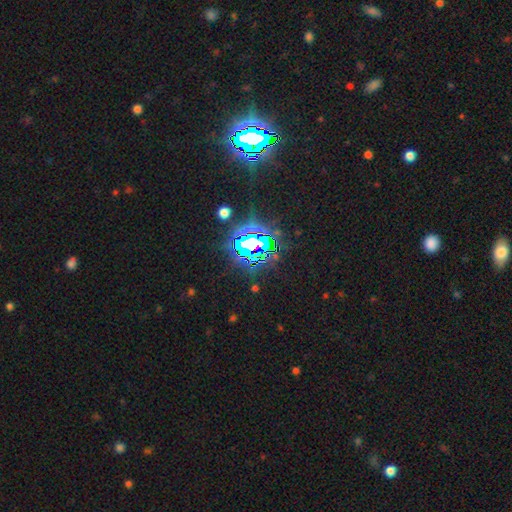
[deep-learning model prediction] Overall: star or artifact (79%).